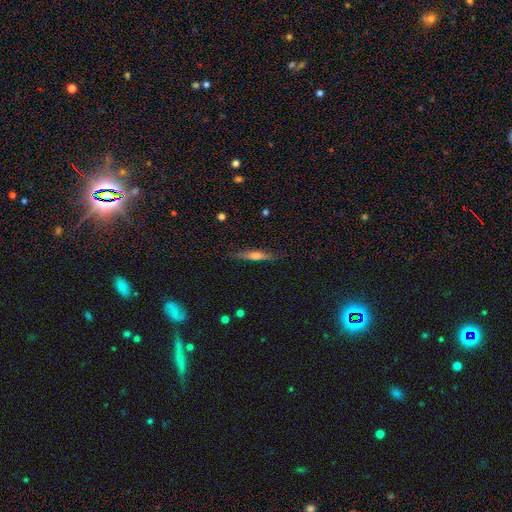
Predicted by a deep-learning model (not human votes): Smooth or featured: featured or disk — 56% (smooth — 36%)
Edge-on disk: yes — 95% (no — 5%)
Edge-on bulge: rounded — 78% (none — 14%)
Merging: none — 87% (minor disturbance — 10%)